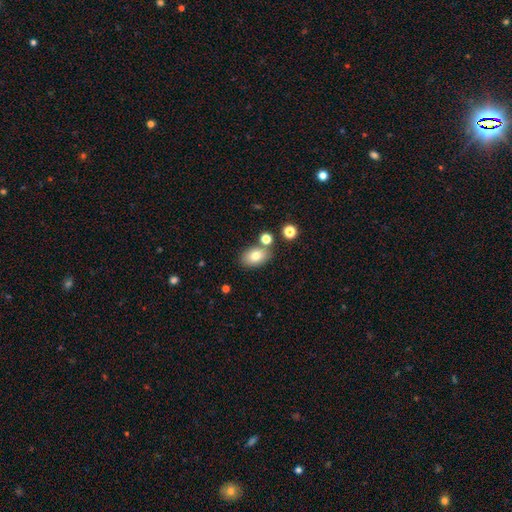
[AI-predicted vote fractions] This appears to be a smooth galaxy with no disk features (77%) that is in between round and cigar-shaped (84%). Merging: none (72%).